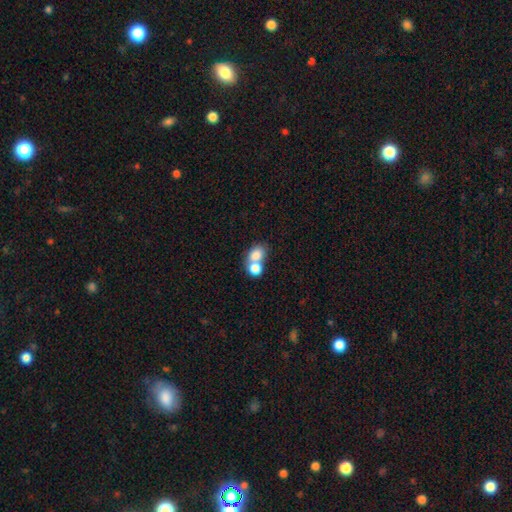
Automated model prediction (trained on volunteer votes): Q: Smooth or featured?
A: smooth (78%); runner-up: featured or disk (12%)
Q: How rounded?
A: in between (50%); runner-up: round (49%)
Q: Merging?
A: merger (62%); runner-up: none (28%)